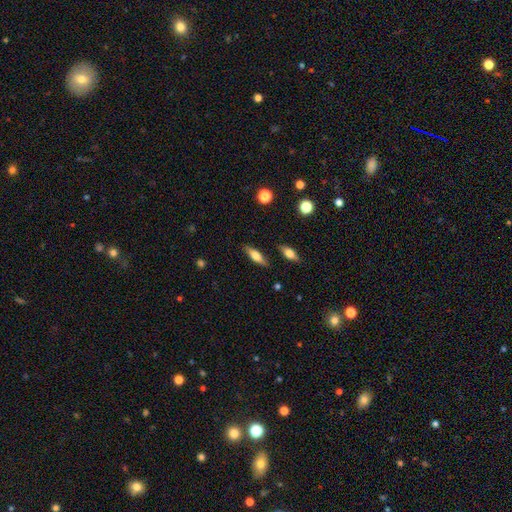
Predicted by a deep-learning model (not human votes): Smooth or featured? smooth (67%)
How rounded? in between (56%)
Merging? none (85%)